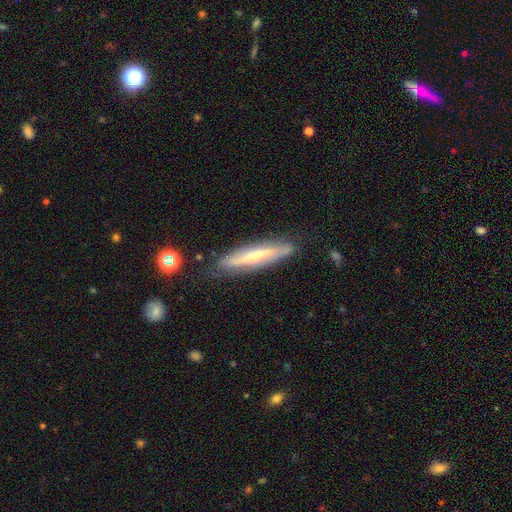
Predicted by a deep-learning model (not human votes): A featured or disk galaxy (56%) viewed edge-on (74%).

Vote fractions:
- Smooth or featured? featured or disk: 56% / smooth: 37% / star or artifact: 6%
- Edge-on disk? yes: 74% / no: 26%
- Merging? none: 78% / minor disturbance: 16% / major disturbance: 3% / merger: 2%